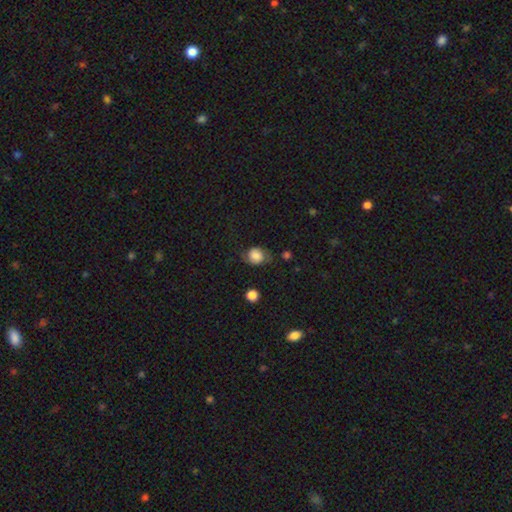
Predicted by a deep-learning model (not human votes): Smooth or featured? smooth (65%)
How rounded? round (69%)
Merging? none (60%)